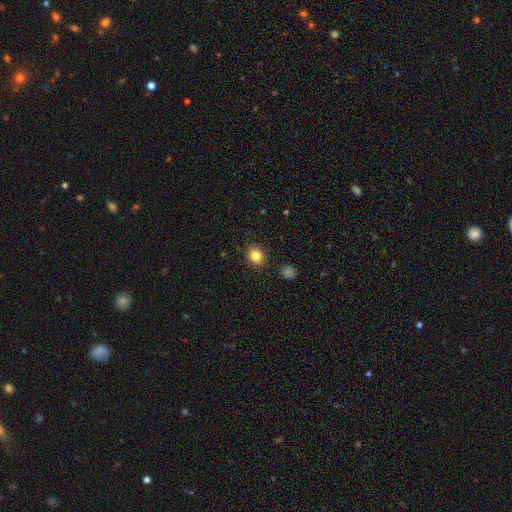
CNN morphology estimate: The model was most divided on "how rounded": round: 63%, in between: 36%, cigar-shaped: 1%. More confident: merging — none (89%); smooth or featured — smooth (83%).